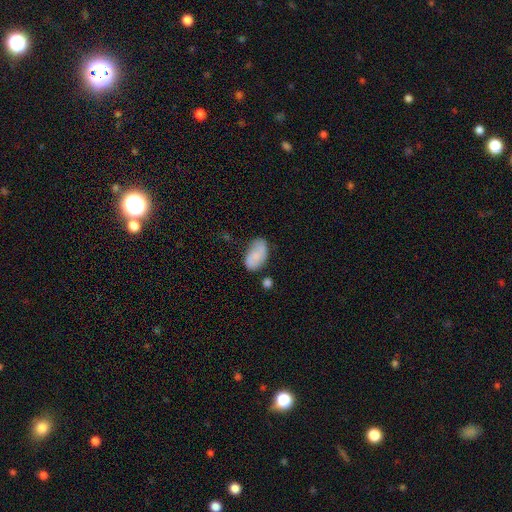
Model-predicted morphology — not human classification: Q: Smooth or featured?
A: smooth (72%); runner-up: featured or disk (20%)
Q: How rounded?
A: in between (94%); runner-up: round (4%)
Q: Merging?
A: none (58%); runner-up: minor disturbance (28%)